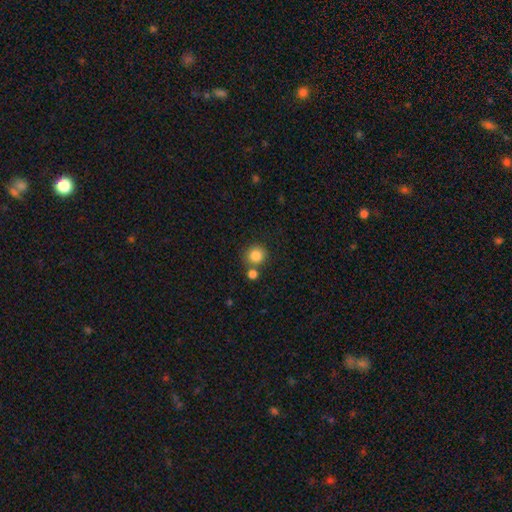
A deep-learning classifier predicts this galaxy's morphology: Smooth or featured: smooth — 85% (star or artifact — 10%)
How rounded: round — 90% (in between — 9%)
Merging: none — 70% (merger — 18%)